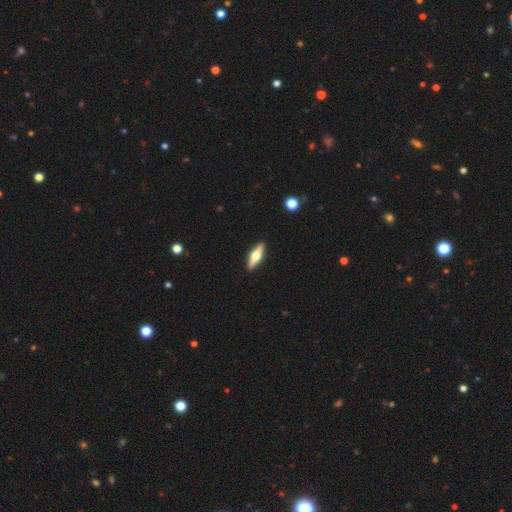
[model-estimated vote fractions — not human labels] Smooth or featured? featured or disk (57%)
Edge-on disk? yes (94%)
Edge-on bulge? rounded (95%)
Merging? none (90%)